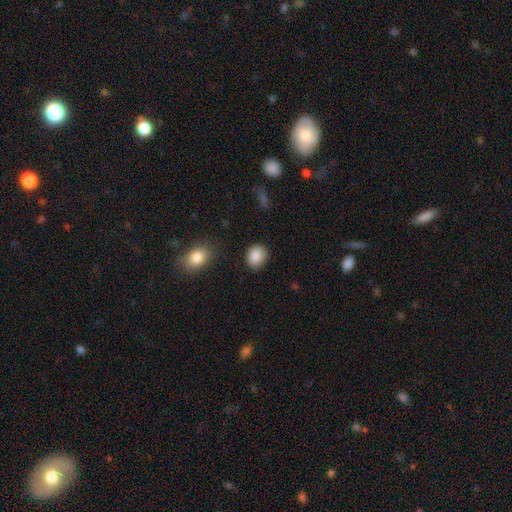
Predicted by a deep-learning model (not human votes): A smooth galaxy with no disk features (88%) that is round (60%).

Vote fractions:
- Smooth or featured? smooth: 88% / star or artifact: 8% / featured or disk: 4%
- How rounded? round: 60% / in between: 39% / cigar-shaped: 1%
- Merging? none: 82% / minor disturbance: 13% / major disturbance: 3% / merger: 2%